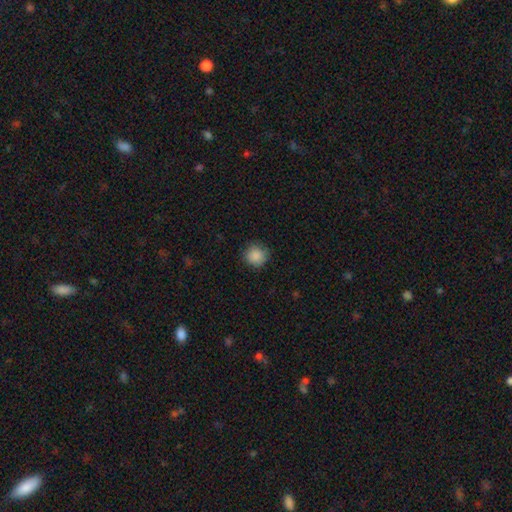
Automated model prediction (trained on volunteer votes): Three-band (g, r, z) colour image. It shows a smooth galaxy with no disk features (88%) that is round (93%). Merging: none (87%).